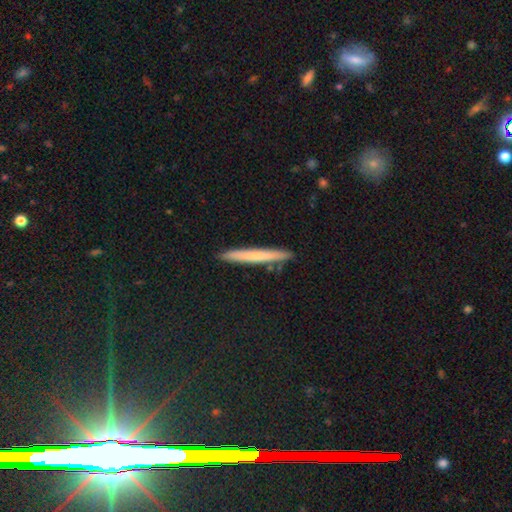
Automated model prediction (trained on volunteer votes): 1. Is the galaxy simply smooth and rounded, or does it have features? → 62% smooth, 31% featured or disk, 8% star or artifact.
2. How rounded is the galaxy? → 96% cigar-shaped, 2% in between, 1% round.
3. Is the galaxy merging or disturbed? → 89% none, 8% minor disturbance, 2% merger, 1% major disturbance.